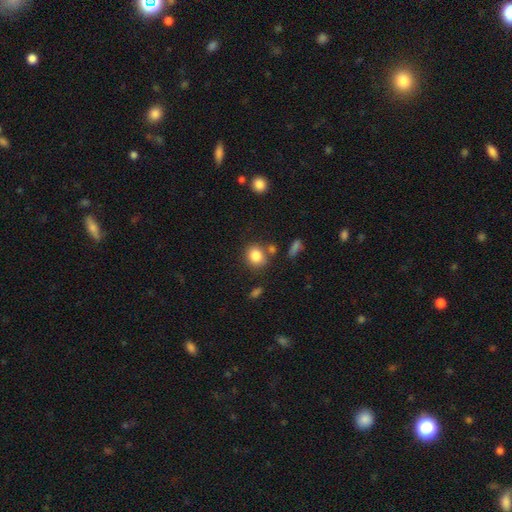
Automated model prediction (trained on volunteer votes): Smooth or featured?
  - smooth: 84% *
  - star or artifact: 10%
  - featured or disk: 7%
How rounded?
  - round: 66% *
  - in between: 33%
  - cigar-shaped: 1%
Merging?
  - none: 73% *
  - minor disturbance: 13%
  - merger: 10%
  - major disturbance: 4%